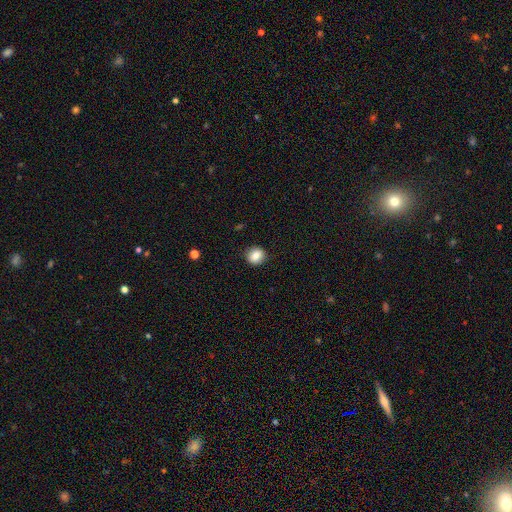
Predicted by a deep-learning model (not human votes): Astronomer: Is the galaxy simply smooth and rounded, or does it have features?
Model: smooth — 84%.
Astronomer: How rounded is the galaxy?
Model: round — 77%.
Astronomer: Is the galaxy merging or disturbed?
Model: none — 88%.